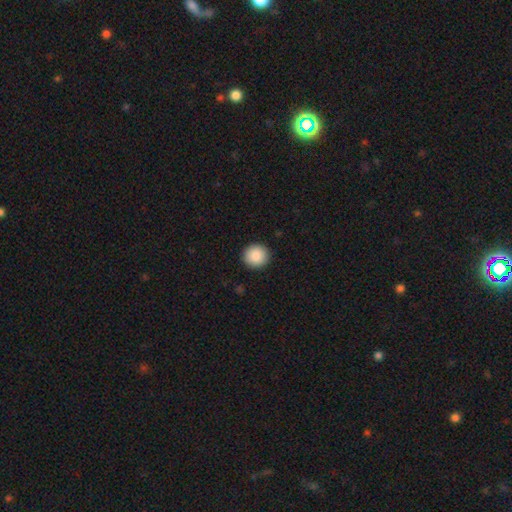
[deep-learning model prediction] Q: Smooth or featured?
A: smooth (89%); runner-up: star or artifact (8%)
Q: How rounded?
A: round (91%); runner-up: in between (8%)
Q: Merging?
A: none (92%); runner-up: minor disturbance (5%)